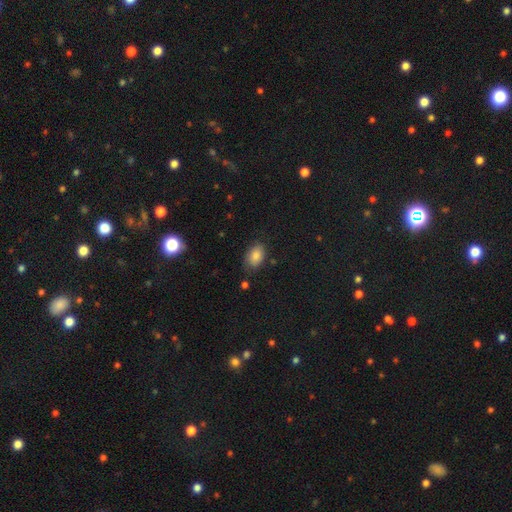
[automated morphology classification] Overall: smooth (83%). How rounded: in between (88%). Merging: none (75%).